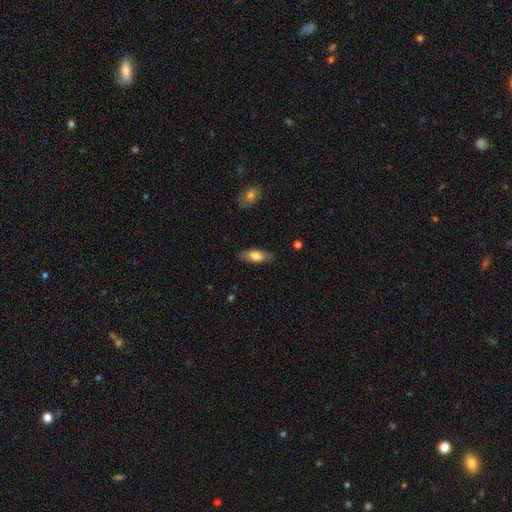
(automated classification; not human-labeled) This appears to be a smooth galaxy with no disk features (74%) that is in between round and cigar-shaped (80%). Merging: none (83%).